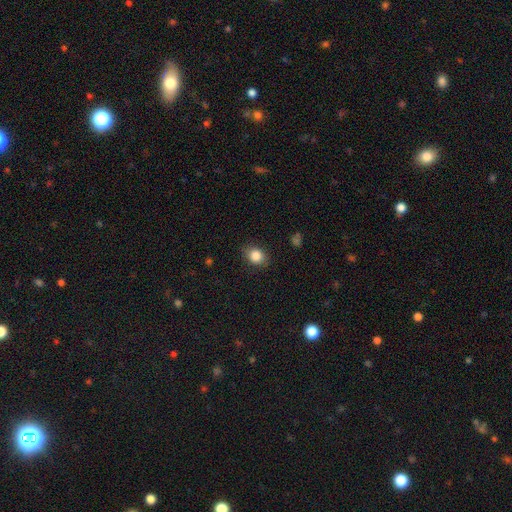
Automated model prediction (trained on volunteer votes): smooth-or-featured: smooth: 86% | star or artifact: 9% | featured or disk: 5%
  how-rounded: in between: 54% | round: 45% | cigar-shaped: 1%
  merging: none: 84% | minor disturbance: 12% | major disturbance: 3% | merger: 1%